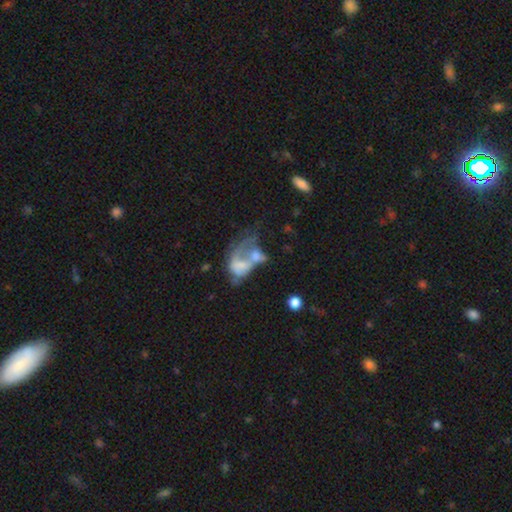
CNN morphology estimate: Smooth or featured: smooth — 47% (featured or disk — 43%)
Merging: merger — 59% (major disturbance — 26%)